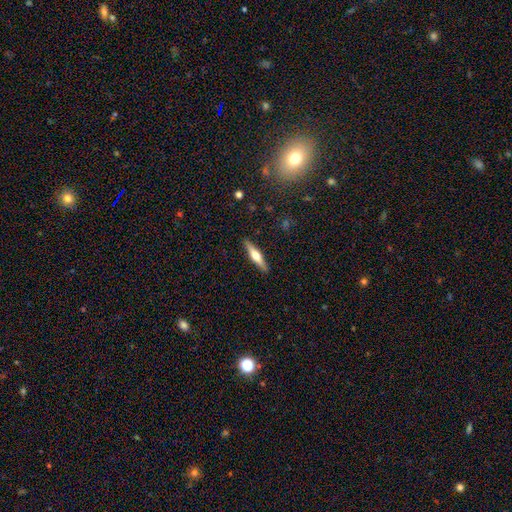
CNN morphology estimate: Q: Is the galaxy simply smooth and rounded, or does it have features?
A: featured or disk — 55%.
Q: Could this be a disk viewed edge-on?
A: yes — 95%.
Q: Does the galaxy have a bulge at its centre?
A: rounded — 91%.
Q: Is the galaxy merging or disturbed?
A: none — 91%.